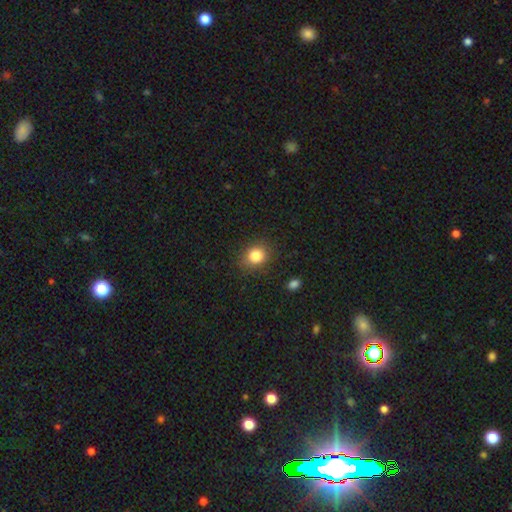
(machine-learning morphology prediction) type=smooth (83%); roundness=round (75%); merging=none (86%).